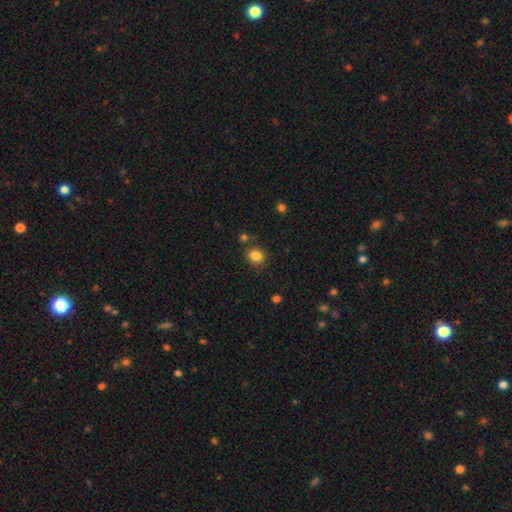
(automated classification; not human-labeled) Smooth or featured? Predicted: smooth (p=0.84). How rounded? Predicted: round (p=0.69). Merging? Predicted: none (p=0.79).